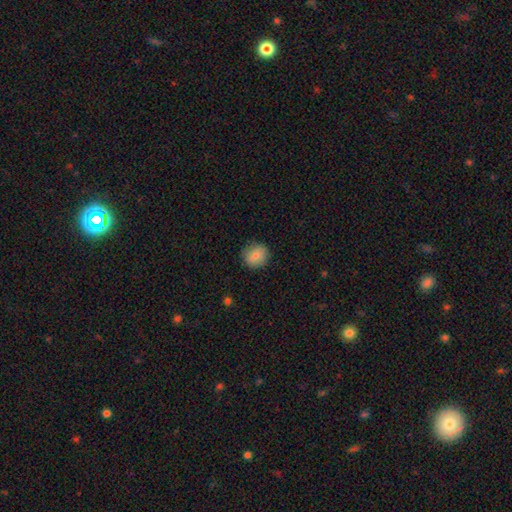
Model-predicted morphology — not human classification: Smooth or featured?
  - smooth: 83% *
  - star or artifact: 9%
  - featured or disk: 8%
How rounded?
  - round: 87% *
  - in between: 12%
  - cigar-shaped: 1%
Merging?
  - none: 86% *
  - minor disturbance: 10%
  - major disturbance: 3%
  - merger: 1%